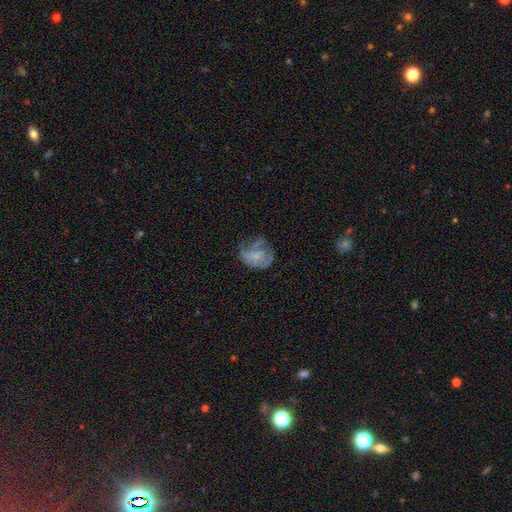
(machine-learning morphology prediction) Overall: featured or disk (48%; smooth 42%). Merging: none (41%; minor disturbance 29%).